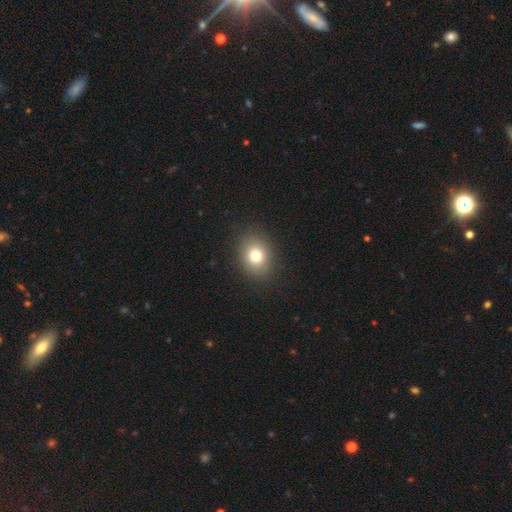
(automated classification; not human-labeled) This is likely a smooth galaxy (78%). How rounded: possibly round (50%). Merging: clearly none (89%).